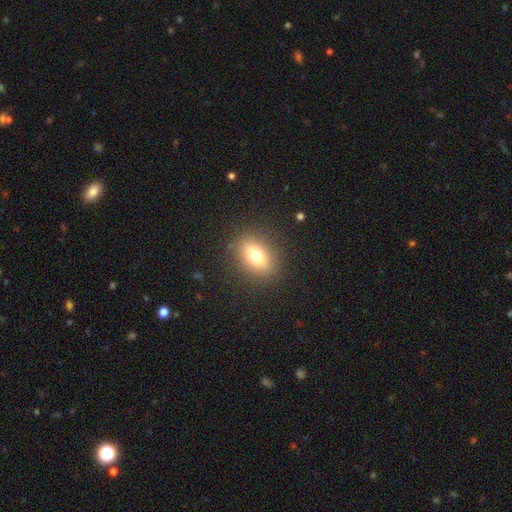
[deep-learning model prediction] A smooth galaxy with no disk features (74%) that is in between round and cigar-shaped (71%). Merging: none (87%).